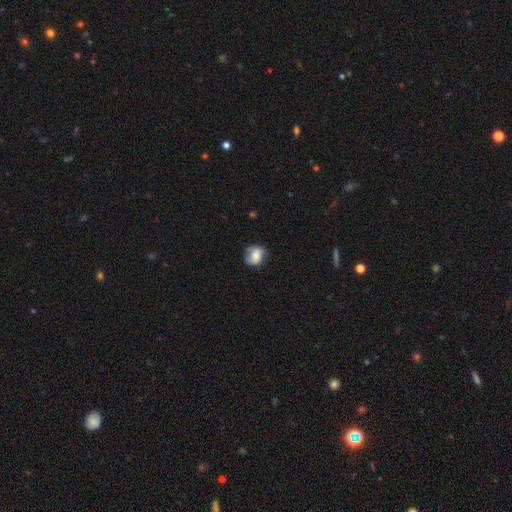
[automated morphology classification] smooth 58%, featured or disk 33%, star or artifact 9%. Down the decision tree: how rounded — round (66%); merging — none (64%).